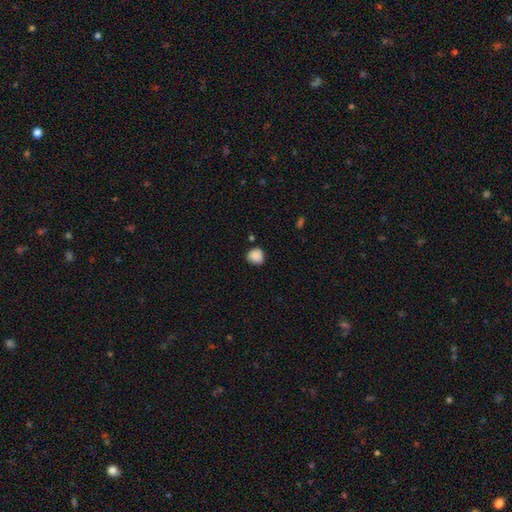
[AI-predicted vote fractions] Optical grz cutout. It shows a smooth galaxy with no disk features (87%) that is round (81%). Merging: none (75%).